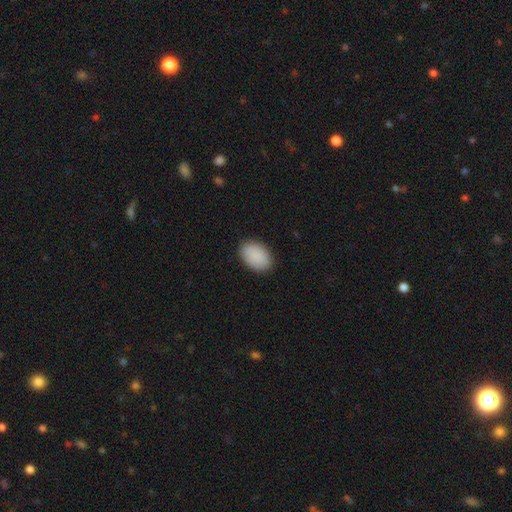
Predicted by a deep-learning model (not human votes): Smooth or featured?
  - smooth: 90% *
  - star or artifact: 7%
  - featured or disk: 3%
How rounded?
  - in between: 87% *
  - round: 12%
  - cigar-shaped: 1%
Merging?
  - none: 89% *
  - minor disturbance: 8%
  - major disturbance: 2%
  - merger: 1%